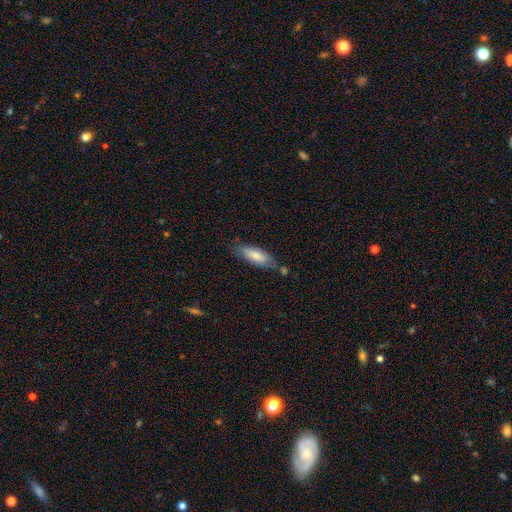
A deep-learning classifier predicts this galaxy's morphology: This appears to be a smooth galaxy with no disk features (77%) that is in between round and cigar-shaped (62%). Merging: none (64%).